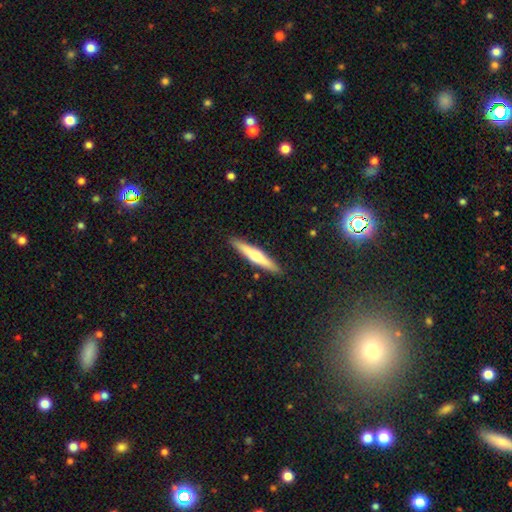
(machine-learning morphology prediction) featured or disk 49%, smooth 46%, star or artifact 5%. Down the decision tree: merging — none (90%).